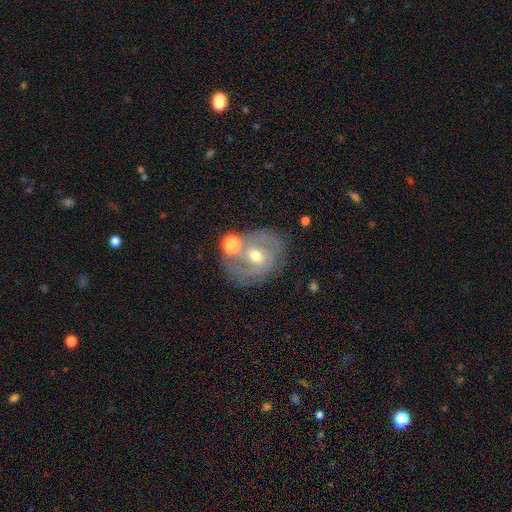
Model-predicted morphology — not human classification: featured or disk 61%, smooth 29%, star or artifact 11%. Down the decision tree: edge-on disk — no (95%); bar — weak (45%); spiral arms — yes (63%); bulge size — moderate (66%); merging — none (58%).